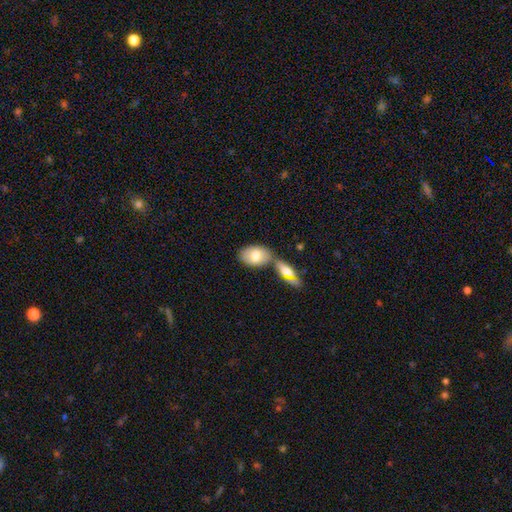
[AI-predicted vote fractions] smooth 73%, featured or disk 21%, star or artifact 6%. Down the decision tree: how rounded — in between (89%); merging — none (47%).